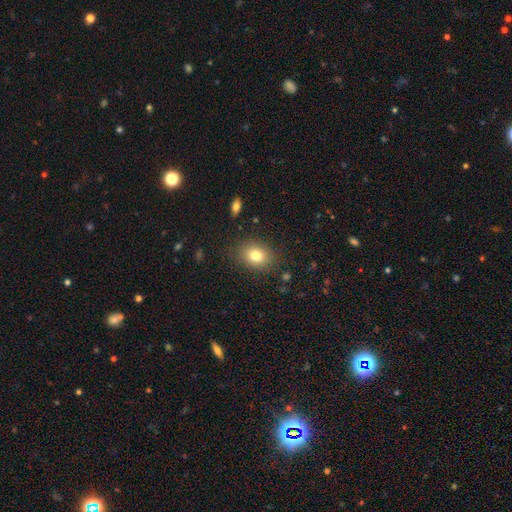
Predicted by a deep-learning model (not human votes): A smooth galaxy with no disk features (80%) that is in between round and cigar-shaped (58%). Merging: none (85%).